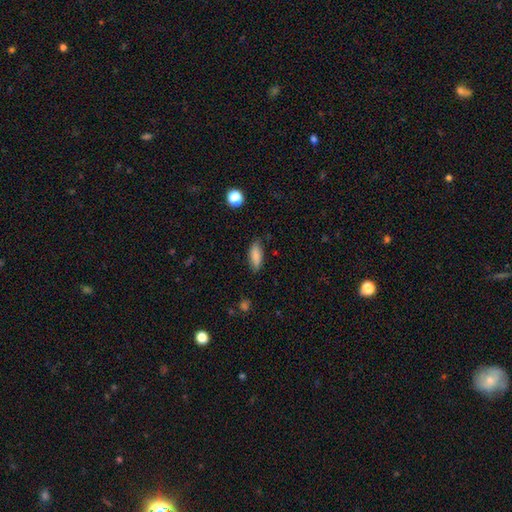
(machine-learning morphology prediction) Overall: smooth (86%). How rounded: in between (71%). Merging: none (81%).